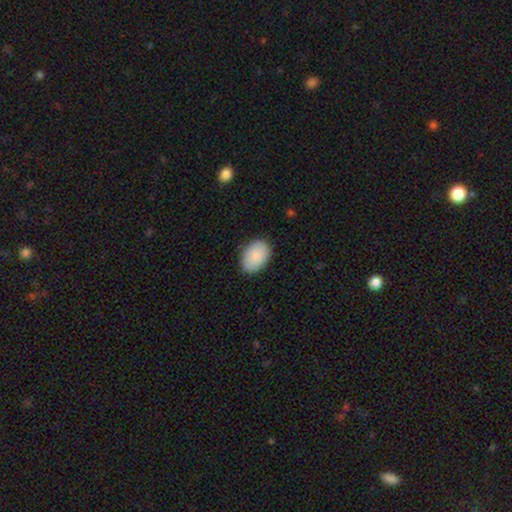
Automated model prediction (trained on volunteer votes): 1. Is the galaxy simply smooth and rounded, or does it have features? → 88% smooth, 6% featured or disk, 6% star or artifact.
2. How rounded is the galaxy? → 86% in between, 13% round, 1% cigar-shaped.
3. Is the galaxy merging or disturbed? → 85% none, 12% minor disturbance, 2% major disturbance, 1% merger.